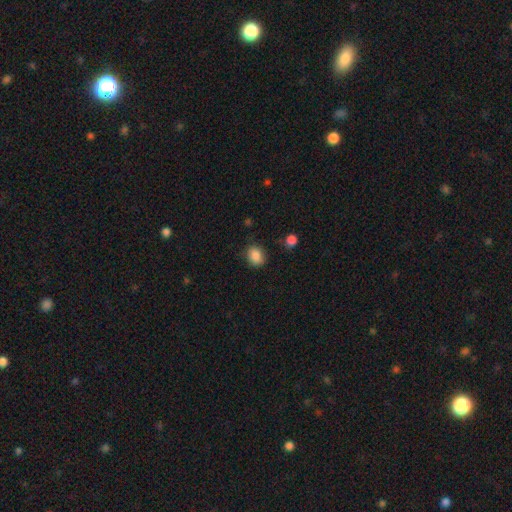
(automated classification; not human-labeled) A smooth galaxy with no disk features (87%) that is in between round and cigar-shaped (50%). Merging: none (81%).